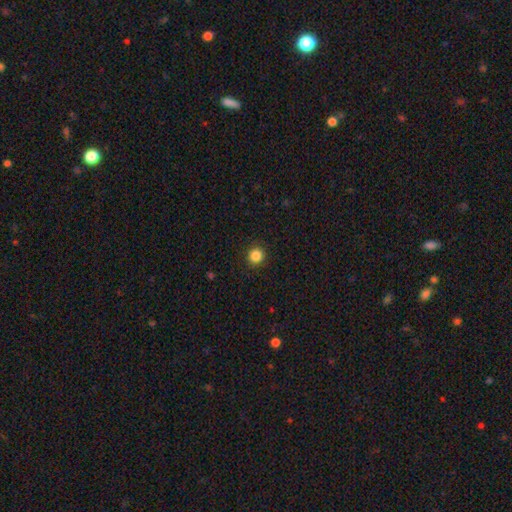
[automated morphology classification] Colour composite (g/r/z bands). It shows a smooth galaxy with no disk features (86%) that is round (93%). Merging: none (92%).